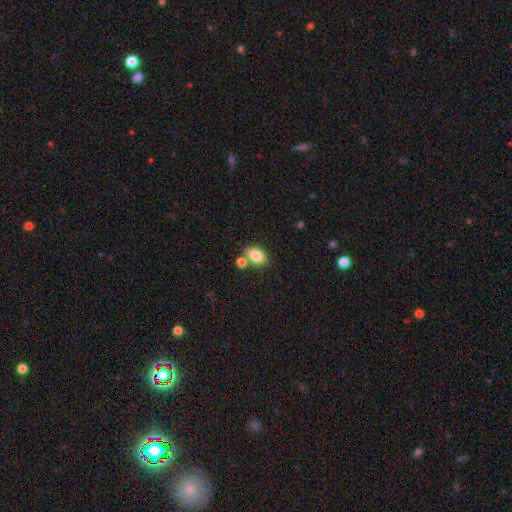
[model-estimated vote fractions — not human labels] A smooth galaxy with no disk features (84%) that is in between round and cigar-shaped (79%).

Vote fractions:
- Smooth or featured? smooth: 84% / star or artifact: 8% / featured or disk: 8%
- How rounded? in between: 79% / round: 19% / cigar-shaped: 1%
- Merging? none: 64% / merger: 21% / minor disturbance: 12% / major disturbance: 3%